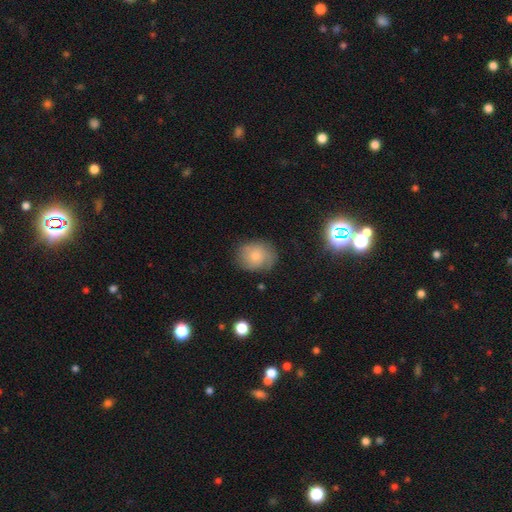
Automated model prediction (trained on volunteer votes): Overall: smooth (63%; featured or disk 28%). How rounded: in between (50%; round 49%). Merging: none (71%).